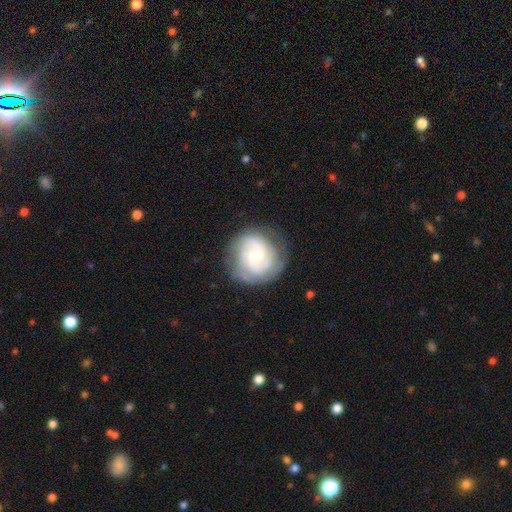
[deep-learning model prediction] Q: Smooth or featured?
A: featured or disk (80%); runner-up: smooth (14%)
Q: Edge-on disk?
A: no (98%); runner-up: yes (2%)
Q: Bar?
A: no (58%); runner-up: weak (35%)
Q: Spiral arms?
A: yes (95%); runner-up: no (5%)
Q: Spiral winding?
A: tight (57%); runner-up: medium (35%)
Q: Spiral arm count?
A: 2 (43%); runner-up: 3 (23%)
Q: Bulge size?
A: small (56%); runner-up: moderate (38%)
Q: Merging?
A: none (78%); runner-up: minor disturbance (15%)